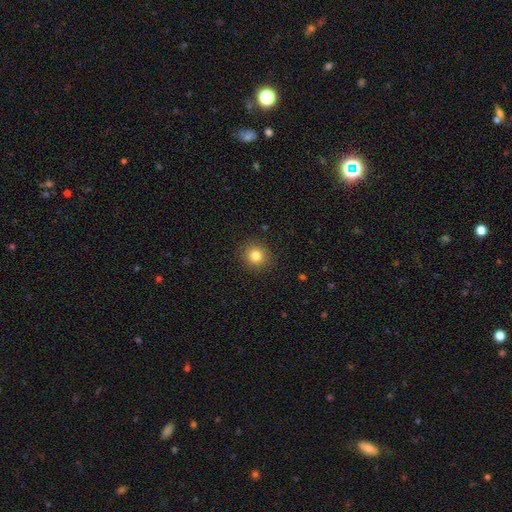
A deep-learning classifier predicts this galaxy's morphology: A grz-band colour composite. It shows a smooth galaxy with no disk features (82%) that is round (88%). Merging: none (90%).